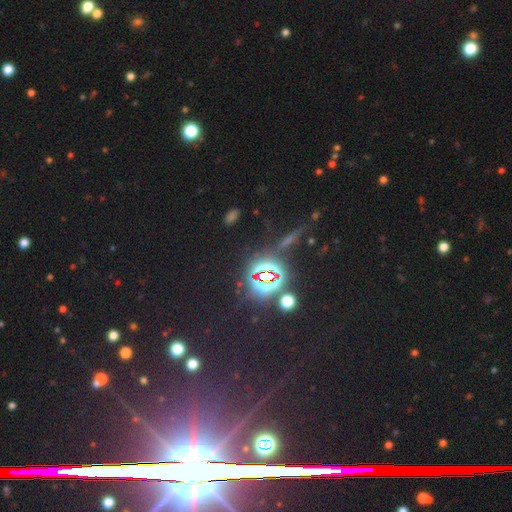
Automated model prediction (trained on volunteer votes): Smooth or featured? Predicted: star or artifact (p=0.74).